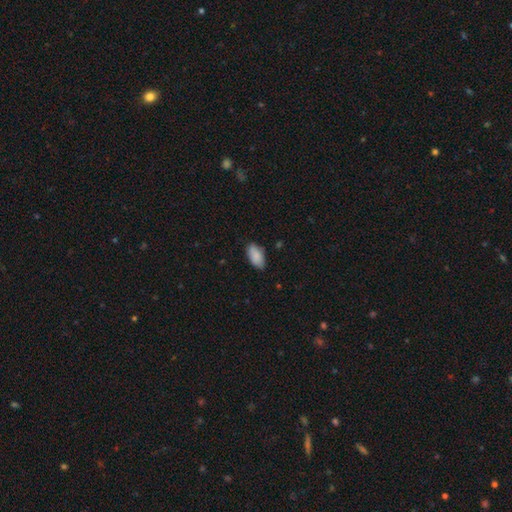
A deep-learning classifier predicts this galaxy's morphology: A smooth galaxy with no disk features (87%) that is in between round and cigar-shaped (94%).

Vote fractions:
- Smooth or featured? smooth: 87% / star or artifact: 6% / featured or disk: 6%
- How rounded? in between: 94% / cigar-shaped: 4% / round: 2%
- Merging? none: 79% / minor disturbance: 17% / major disturbance: 3% / merger: 1%